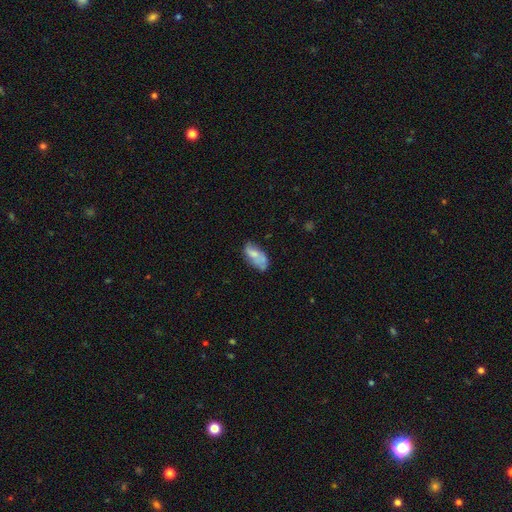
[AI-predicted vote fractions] Smooth or featured? Predicted: smooth (p=0.59). How rounded? Predicted: in between (p=0.90). Merging? Predicted: none (p=0.47).